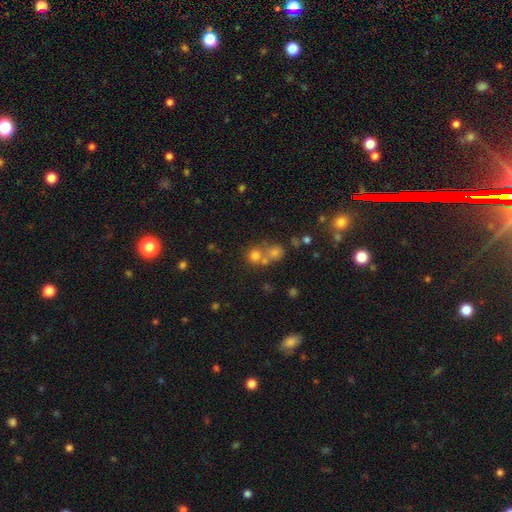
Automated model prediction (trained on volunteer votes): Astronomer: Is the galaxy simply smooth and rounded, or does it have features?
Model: smooth — 55% (runner-up: star or artifact, 32%).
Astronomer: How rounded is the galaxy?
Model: round — 83%.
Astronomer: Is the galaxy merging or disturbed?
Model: none — 47% (runner-up: merger, 43%).